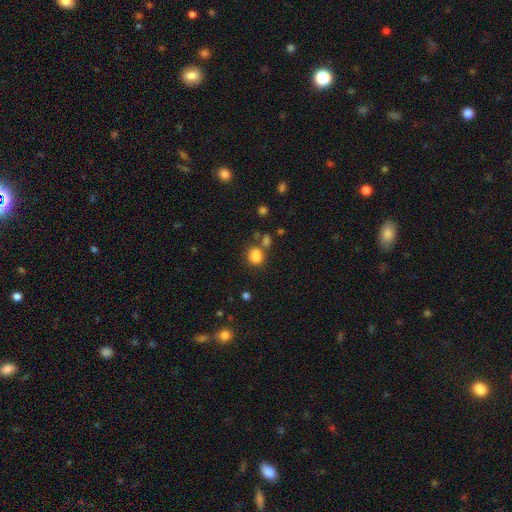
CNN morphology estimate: Smooth or featured: smooth — 79% (star or artifact — 13%)
How rounded: round — 51% (in between — 48%)
Merging: none — 46% (merger — 31%)